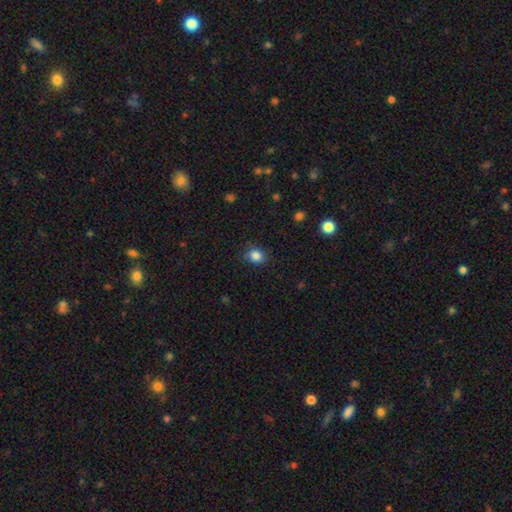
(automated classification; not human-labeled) Q: Smooth or featured?
A: smooth (84%); runner-up: star or artifact (11%)
Q: How rounded?
A: round (67%); runner-up: in between (32%)
Q: Merging?
A: none (77%); runner-up: minor disturbance (18%)